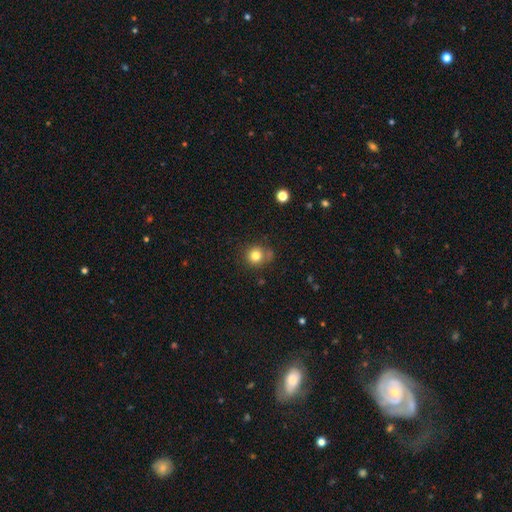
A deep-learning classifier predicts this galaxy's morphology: Overall: smooth (80%). How rounded: round (90%). Merging: none (74%).